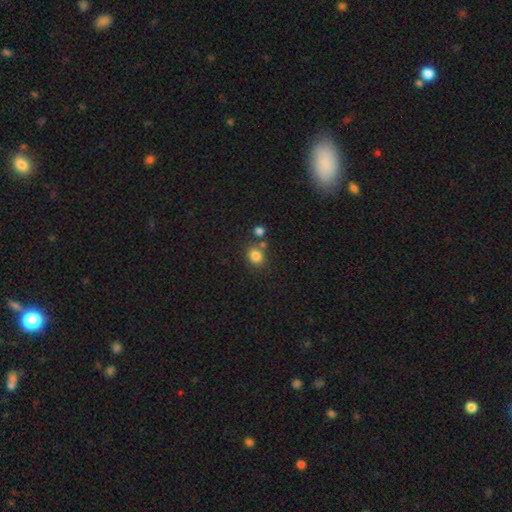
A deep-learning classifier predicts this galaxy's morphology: smooth_or_featured: smooth (p=0.82) [alt: star or artifact p=0.12]
how_rounded: round (p=0.67) [alt: in between p=0.33]
merging: none (p=0.70) [alt: merger p=0.16]